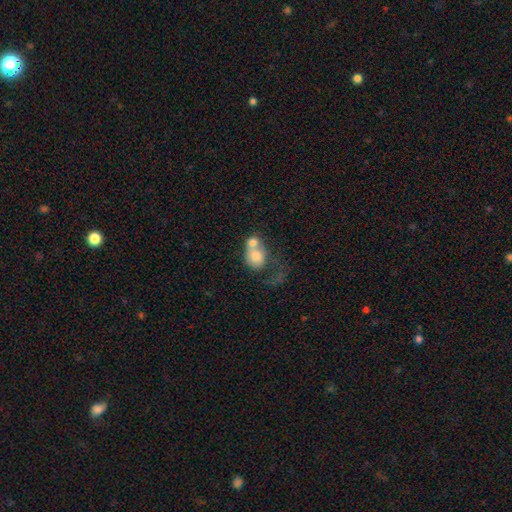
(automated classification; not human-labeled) The model was most divided on "how rounded": round: 56%, in between: 43%, cigar-shaped: 1%. More confident: smooth or featured — smooth (69%); merging — merger (67%).